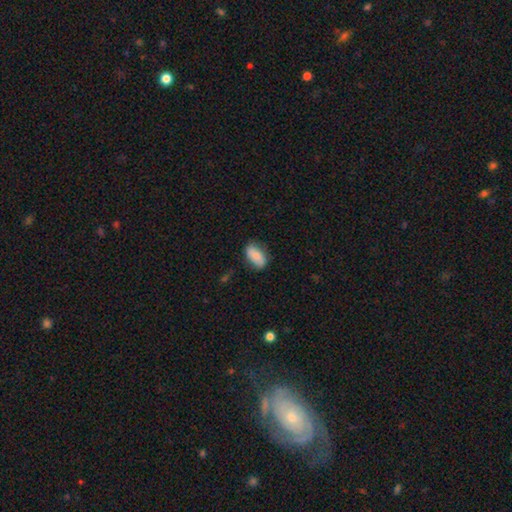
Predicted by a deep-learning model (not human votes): Smooth or featured? Predicted: smooth (p=0.80). How rounded? Predicted: in between (p=0.91). Merging? Predicted: none (p=0.77).